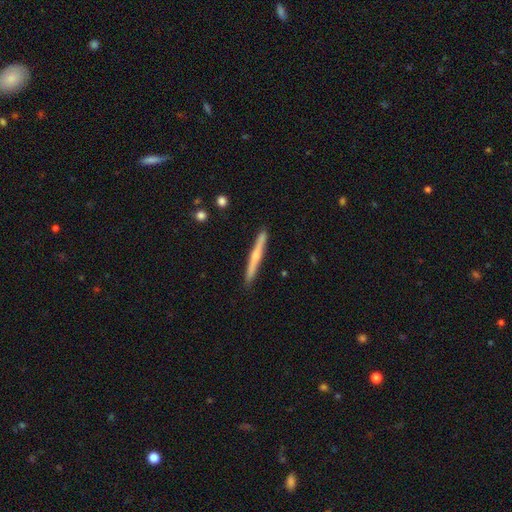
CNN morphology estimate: This appears to be a featured or disk galaxy (60%) viewed edge-on (97%) with a rounded central bulge (68%). Merging: none (90%).